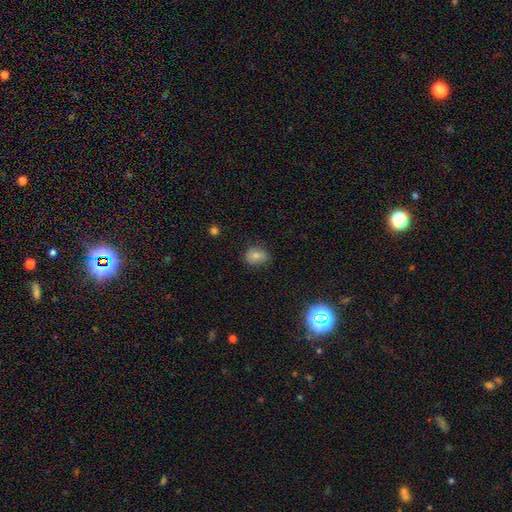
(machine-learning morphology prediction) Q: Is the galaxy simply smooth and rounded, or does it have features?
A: smooth — 78%.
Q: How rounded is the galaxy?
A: in between — 52%.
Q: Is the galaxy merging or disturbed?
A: none — 77%.